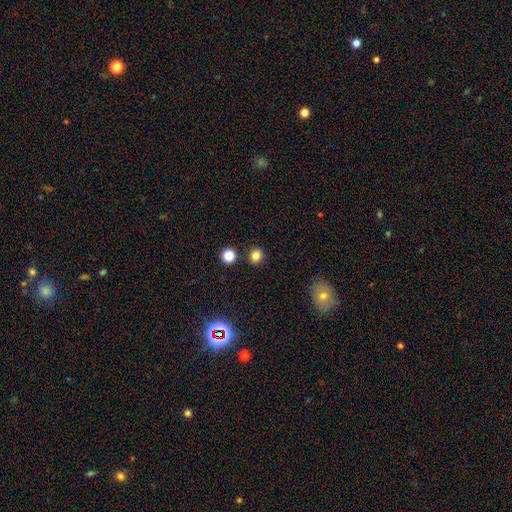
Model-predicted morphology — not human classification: The model was most divided on "smooth or featured": smooth: 81%, star or artifact: 14%, featured or disk: 5%. More confident: merging — none (88%); how rounded — round (87%).